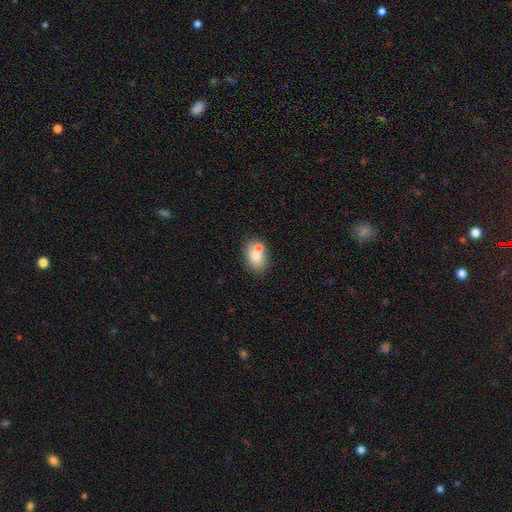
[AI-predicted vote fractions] smooth 71%, featured or disk 20%, star or artifact 9%. Down the decision tree: how rounded — in between (76%); merging — none (55%).